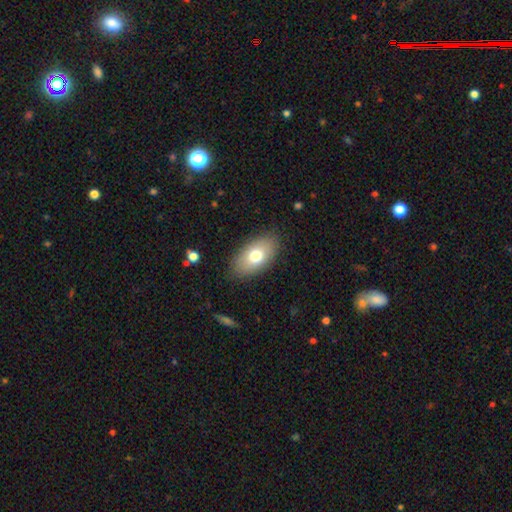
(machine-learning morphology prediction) Smooth or featured? smooth (73%)
How rounded? in between (92%)
Merging? none (86%)